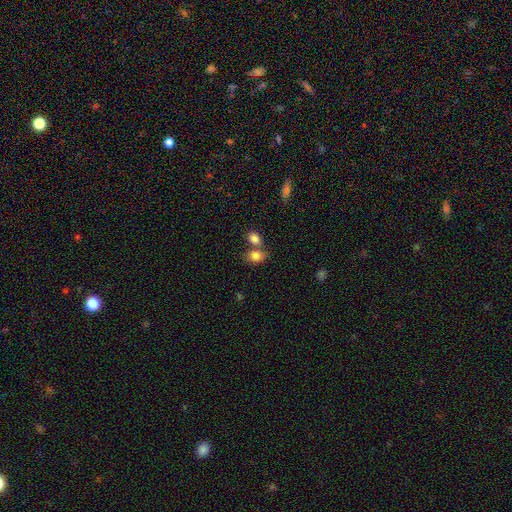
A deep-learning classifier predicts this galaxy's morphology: This appears to be a smooth galaxy with no disk features (83%) that is in between round and cigar-shaped (70%). Merging: none (48%).